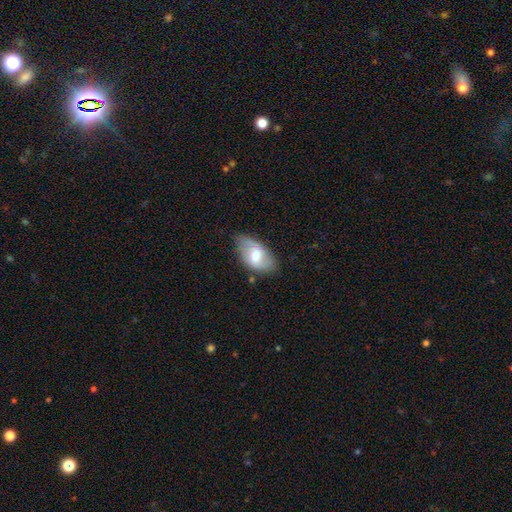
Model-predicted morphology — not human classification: The model was most divided on "smooth or featured": smooth: 56%, featured or disk: 38%, star or artifact: 6%. More confident: how rounded — in between (92%); merging — none (68%).